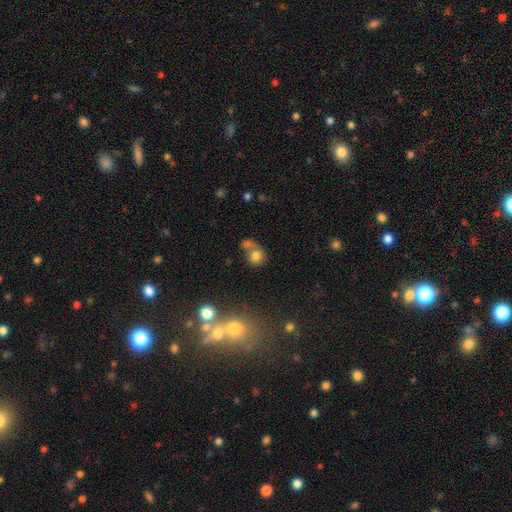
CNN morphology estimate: Smooth or featured: smooth — 75% (star or artifact — 13%)
How rounded: round — 75% (in between — 24%)
Merging: merger — 43% (none — 41%)